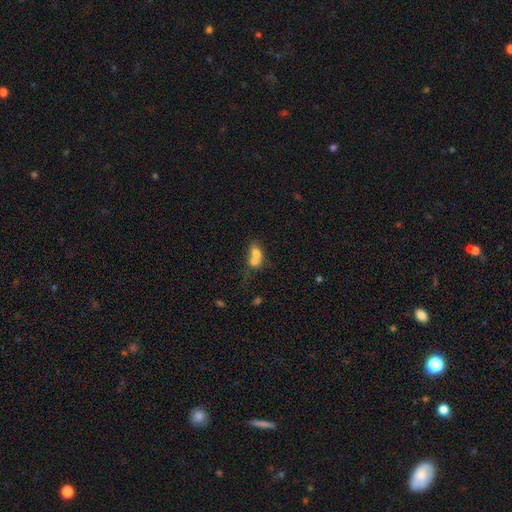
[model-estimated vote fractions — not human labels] Smooth or featured? Predicted: smooth (p=0.69). How rounded? Predicted: in between (p=0.54). Merging? Predicted: merger (p=0.72).